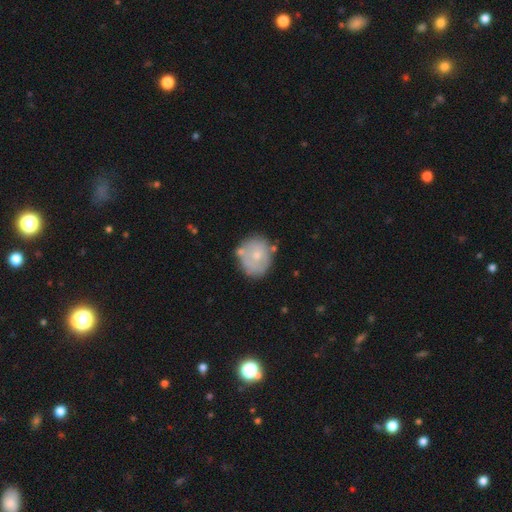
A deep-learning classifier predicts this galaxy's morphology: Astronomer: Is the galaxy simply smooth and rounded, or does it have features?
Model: smooth — 56% (runner-up: featured or disk, 37%).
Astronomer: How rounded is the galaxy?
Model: round — 74%.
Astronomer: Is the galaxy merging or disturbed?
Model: none — 61%.